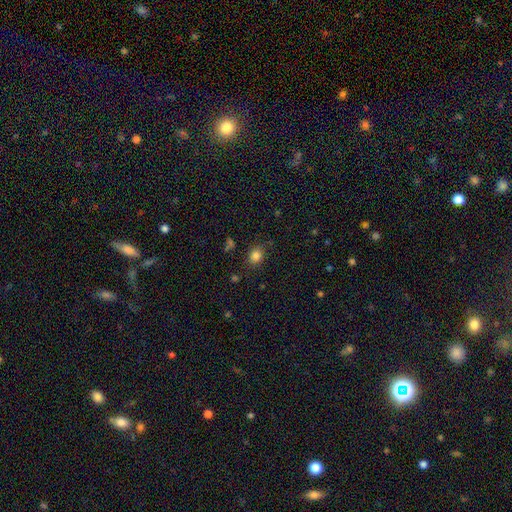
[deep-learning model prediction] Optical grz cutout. It shows a smooth galaxy with no disk features (82%) that is round (59%). Merging: none (81%).